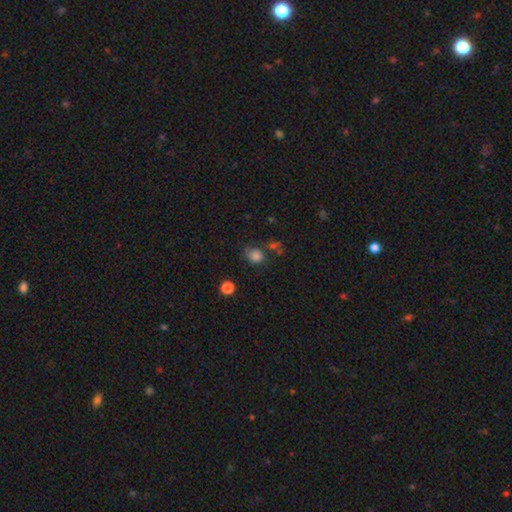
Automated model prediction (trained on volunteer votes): smooth_or_featured: smooth (p=0.80) [alt: star or artifact p=0.14]
how_rounded: round (p=0.72) [alt: in between p=0.27]
merging: none (p=0.63) [alt: minor disturbance p=0.19]